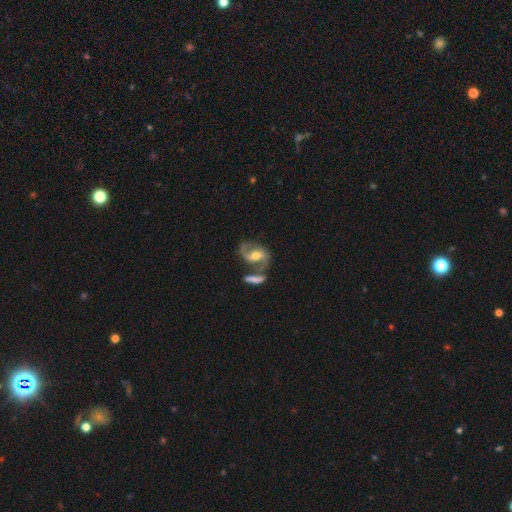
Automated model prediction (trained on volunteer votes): Smooth or featured? featured or disk (79%)
Edge-on disk? no (95%)
Bar? weak (39%)
Spiral arms? yes (92%)
Spiral winding? medium (48%)
Spiral arm count? 2 (86%)
Bulge size? moderate (68%)
Merging? none (49%)